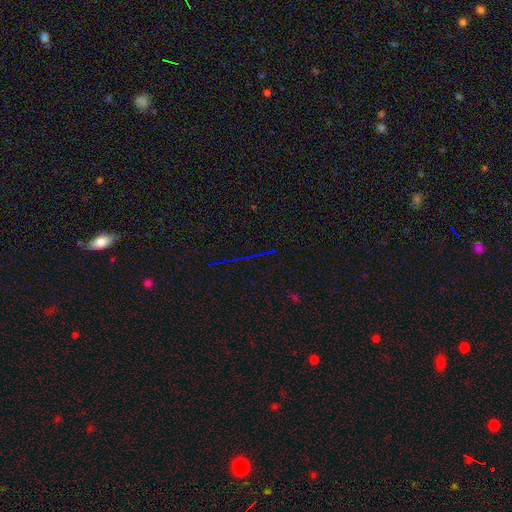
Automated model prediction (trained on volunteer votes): Q: Smooth or featured?
A: star or artifact (79%); runner-up: featured or disk (12%)